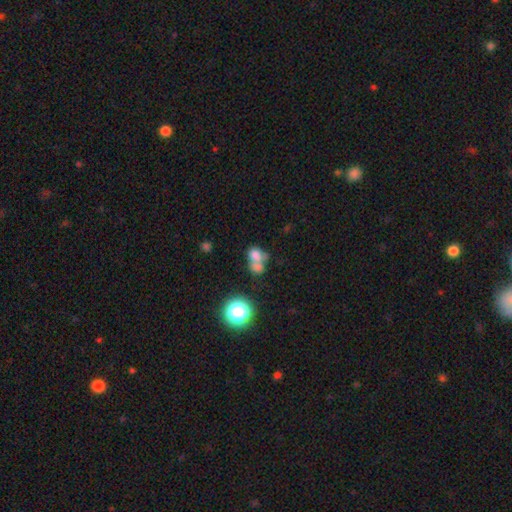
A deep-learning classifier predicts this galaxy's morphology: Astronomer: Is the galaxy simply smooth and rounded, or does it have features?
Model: smooth — 67%.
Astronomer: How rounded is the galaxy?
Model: in between — 50% (runner-up: round, 49%).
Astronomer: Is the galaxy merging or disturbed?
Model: merger — 63%.